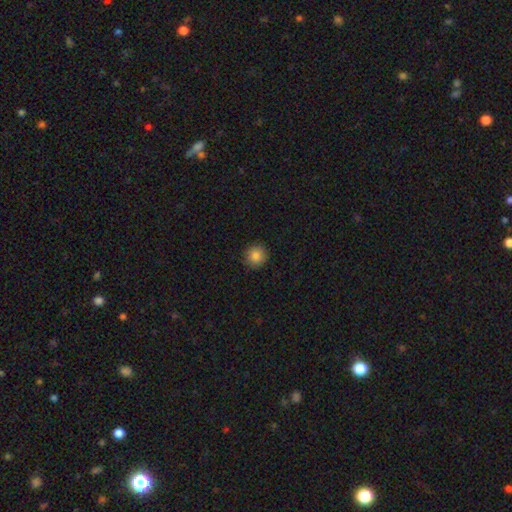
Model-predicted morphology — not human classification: Smooth or featured? smooth (85%)
How rounded? round (93%)
Merging? none (91%)